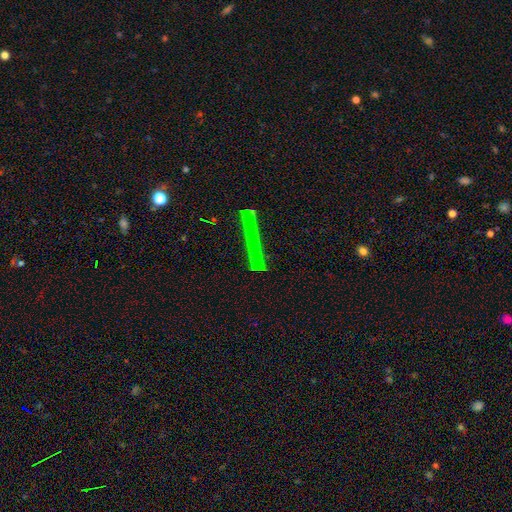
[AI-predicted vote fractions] Q: Smooth or featured?
A: featured or disk (50%); runner-up: smooth (34%)
Q: Edge-on disk?
A: yes (93%); runner-up: no (7%)
Q: Merging?
A: none (82%); runner-up: minor disturbance (9%)